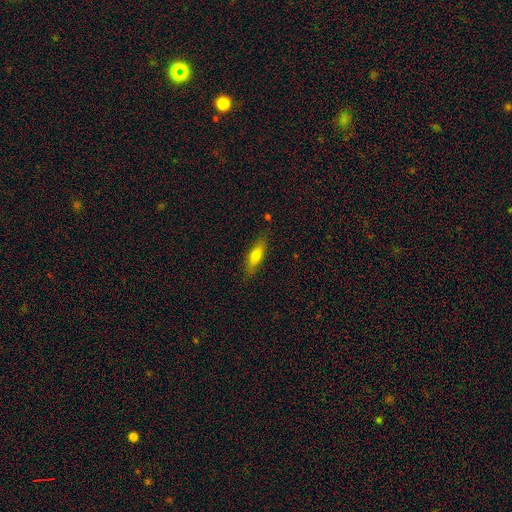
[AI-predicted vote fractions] Smooth or featured? smooth (69%)
How rounded? cigar-shaped (51%)
Merging? none (82%)